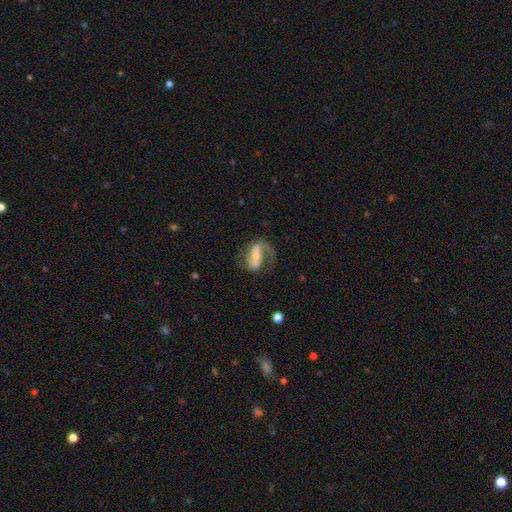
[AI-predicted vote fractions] smooth_or_featured: featured or disk (p=0.78) [alt: smooth p=0.15]
disk_edge_on: no (p=0.96) [alt: yes p=0.04]
bar: strong (p=0.42) [alt: weak p=0.34]
has_spiral_arms: yes (p=0.92) [alt: no p=0.08]
spiral_winding: medium (p=0.43) [alt: loose p=0.42]
spiral_arm_count: 2 (p=0.70) [alt: 1 p=0.24]
bulge_size: small (p=0.52) [alt: moderate p=0.32]
merging: none (p=0.56) [alt: major disturbance p=0.23]